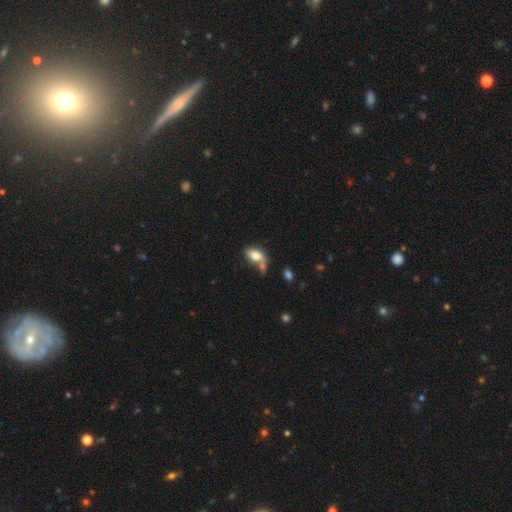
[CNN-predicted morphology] This appears to be a smooth galaxy with no disk features (78%) that is in between round and cigar-shaped (87%). Merging: none (37%).